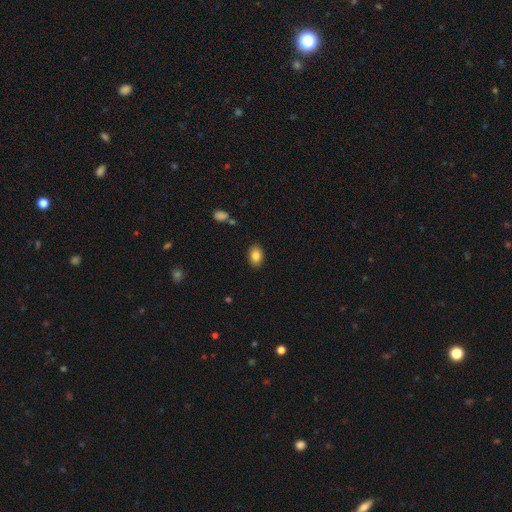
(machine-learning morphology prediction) smooth_or_featured: smooth (p=0.85) [alt: star or artifact p=0.08]
how_rounded: in between (p=0.81) [alt: round p=0.18]
merging: none (p=0.87) [alt: minor disturbance p=0.09]